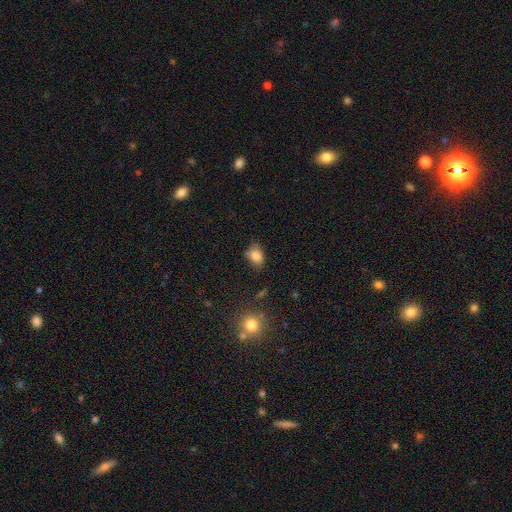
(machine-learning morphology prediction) A smooth galaxy with no disk features (79%) that is in between round and cigar-shaped (74%). Merging: none (61%).